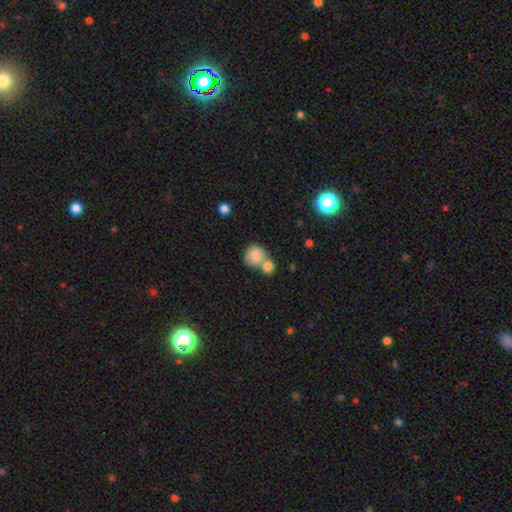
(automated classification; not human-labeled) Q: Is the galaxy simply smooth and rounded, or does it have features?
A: smooth — 82%.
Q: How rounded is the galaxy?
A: round — 82%.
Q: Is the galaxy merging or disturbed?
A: merger — 52%.